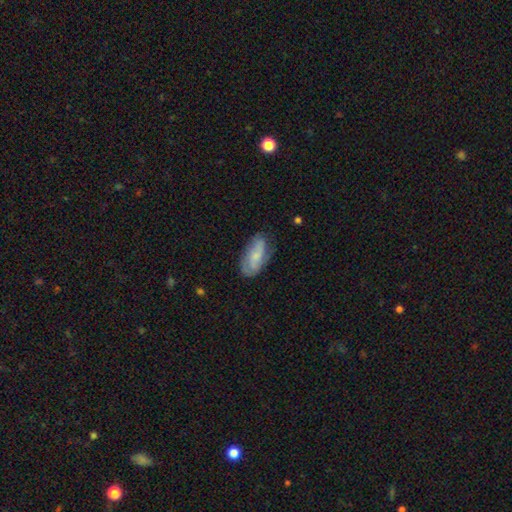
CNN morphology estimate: type=smooth (55%); roundness=in between (86%); merging=none (68%).